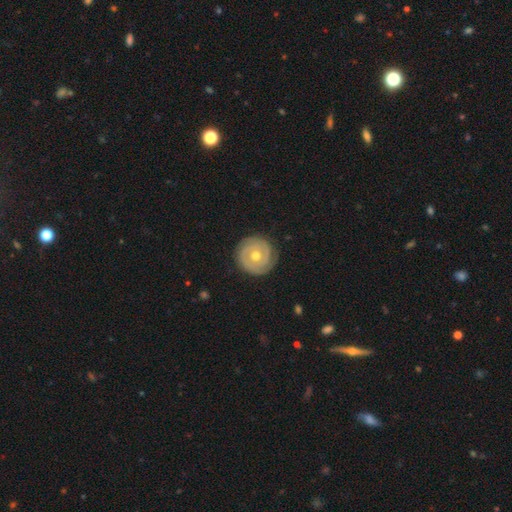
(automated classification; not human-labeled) smooth_or_featured: featured or disk (p=0.79) [alt: smooth p=0.16]
disk_edge_on: no (p=0.97) [alt: yes p=0.03]
bar: no (p=0.77) [alt: weak p=0.18]
has_spiral_arms: yes (p=0.86) [alt: no p=0.14]
spiral_winding: tight (p=0.82) [alt: medium p=0.14]
spiral_arm_count: 2 (p=0.57) [alt: can't tell p=0.19]
bulge_size: moderate (p=0.77) [alt: small p=0.18]
merging: none (p=0.86) [alt: minor disturbance p=0.10]